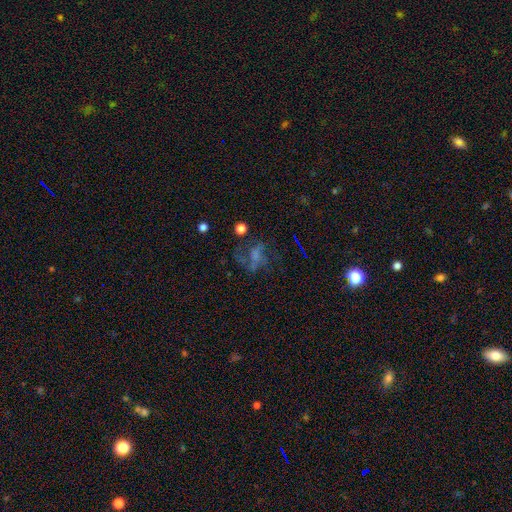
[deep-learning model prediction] This is possibly a featured or disk galaxy (48%). Merging: marginally none (42%).